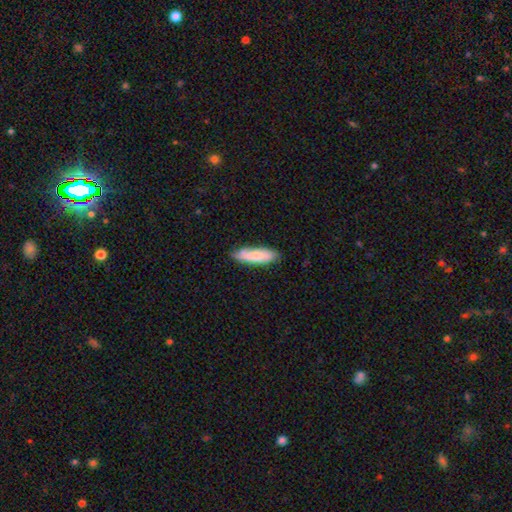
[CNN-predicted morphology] Q: Smooth or featured?
A: smooth (71%); runner-up: featured or disk (23%)
Q: How rounded?
A: cigar-shaped (57%); runner-up: in between (41%)
Q: Merging?
A: none (71%); runner-up: minor disturbance (22%)